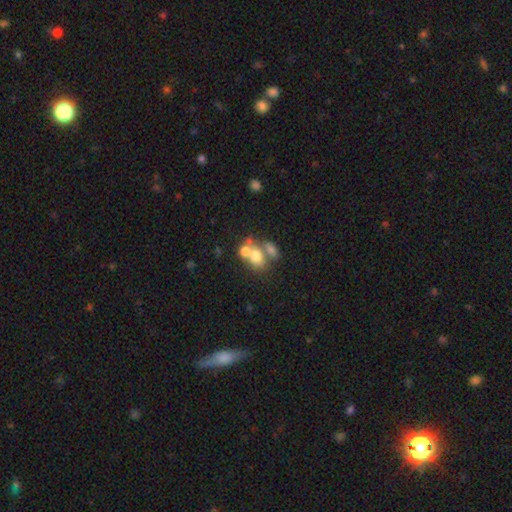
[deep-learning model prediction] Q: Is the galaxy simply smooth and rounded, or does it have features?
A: smooth — 66%.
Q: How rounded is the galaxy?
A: in between — 55%.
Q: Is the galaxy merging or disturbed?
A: merger — 55%.